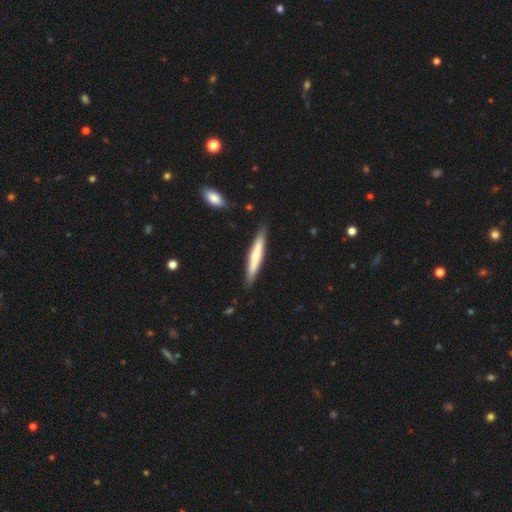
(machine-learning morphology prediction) smooth-or-featured: smooth: 58% | featured or disk: 37% | star or artifact: 5%
  how-rounded: cigar-shaped: 94% | in between: 5% | round: 1%
  merging: none: 88% | minor disturbance: 9% | merger: 2% | major disturbance: 2%